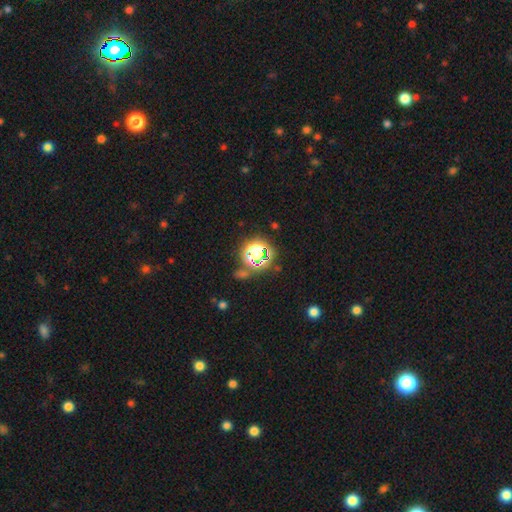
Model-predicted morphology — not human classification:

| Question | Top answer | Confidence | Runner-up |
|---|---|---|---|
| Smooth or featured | star or artifact | 56% | smooth (34%) |